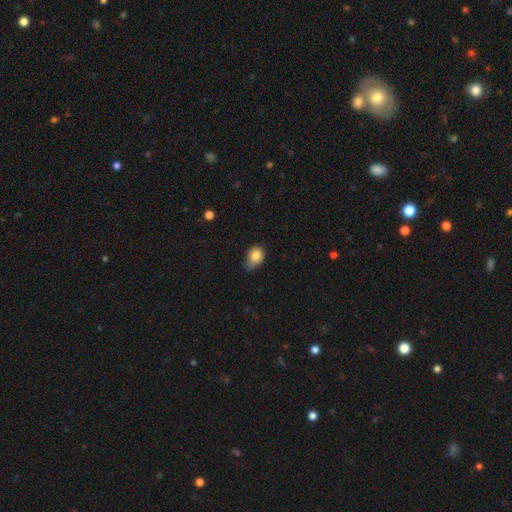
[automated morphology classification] Q: Smooth or featured?
A: smooth (83%); runner-up: star or artifact (9%)
Q: How rounded?
A: in between (62%); runner-up: round (37%)
Q: Merging?
A: minor disturbance (48%); runner-up: none (37%)